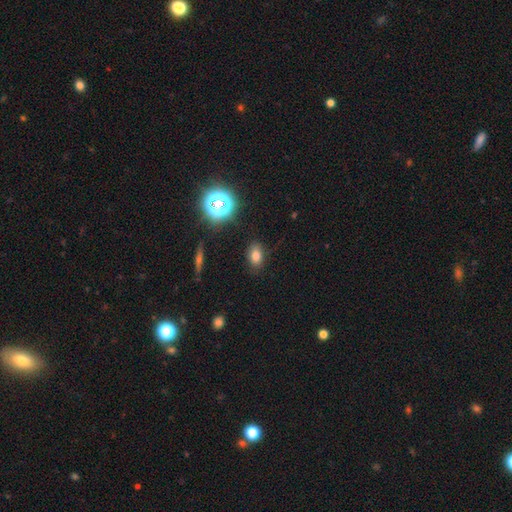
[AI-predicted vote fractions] A smooth galaxy with no disk features (73%) that is in between round and cigar-shaped (79%).

Vote fractions:
- Smooth or featured? smooth: 73% / star or artifact: 19% / featured or disk: 9%
- How rounded? in between: 79% / round: 19% / cigar-shaped: 2%
- Merging? none: 84% / minor disturbance: 11% / major disturbance: 3% / merger: 2%